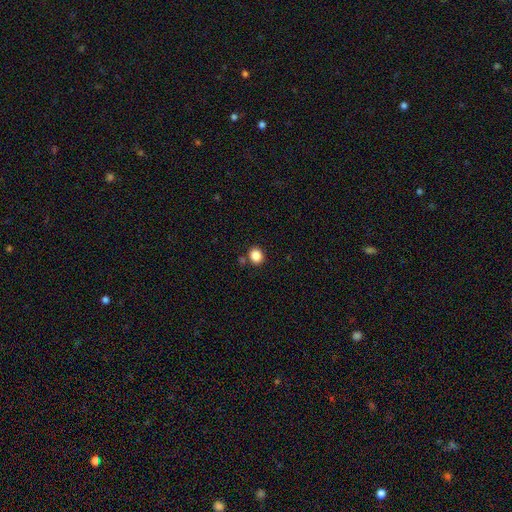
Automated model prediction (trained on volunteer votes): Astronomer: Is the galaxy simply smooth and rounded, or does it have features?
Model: smooth — 86%.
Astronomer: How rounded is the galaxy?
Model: round — 74%.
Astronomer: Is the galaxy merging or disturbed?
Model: none — 83%.